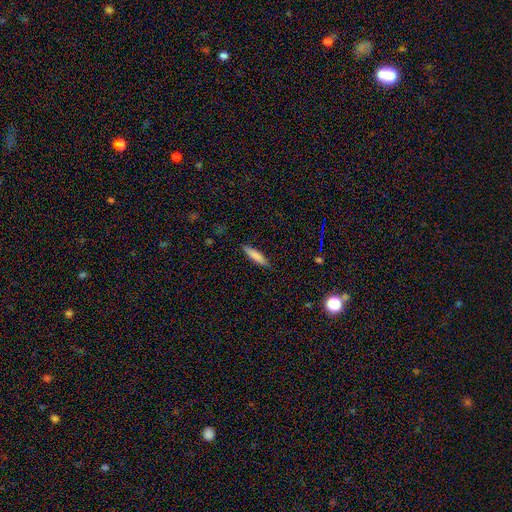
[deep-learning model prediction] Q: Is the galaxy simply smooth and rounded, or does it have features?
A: smooth — 81%.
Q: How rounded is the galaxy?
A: cigar-shaped — 82%.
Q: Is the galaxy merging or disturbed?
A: none — 86%.